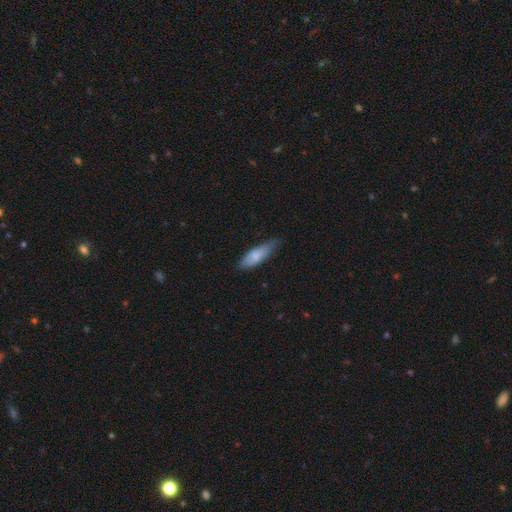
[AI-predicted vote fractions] Q: Smooth or featured?
A: smooth (76%); runner-up: featured or disk (18%)
Q: How rounded?
A: in between (51%); runner-up: cigar-shaped (48%)
Q: Merging?
A: none (60%); runner-up: minor disturbance (33%)